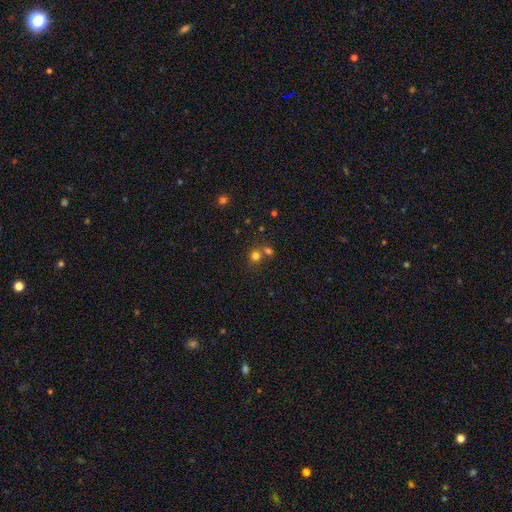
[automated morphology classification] Smooth or featured: smooth — 75% (star or artifact — 17%)
How rounded: round — 84% (in between — 15%)
Merging: none — 48% (merger — 43%)